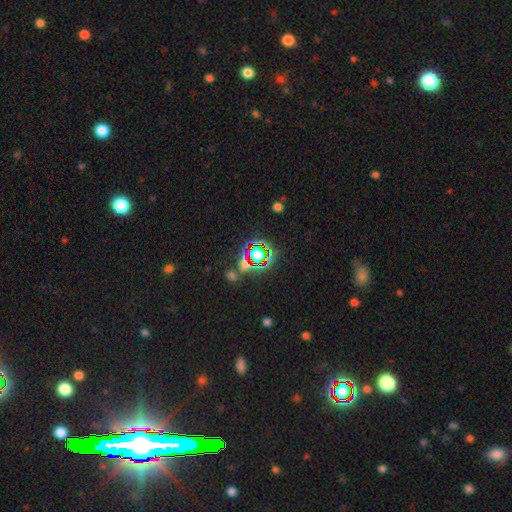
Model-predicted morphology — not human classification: smooth_or_featured: star or artifact (p=0.69) [alt: smooth p=0.21]